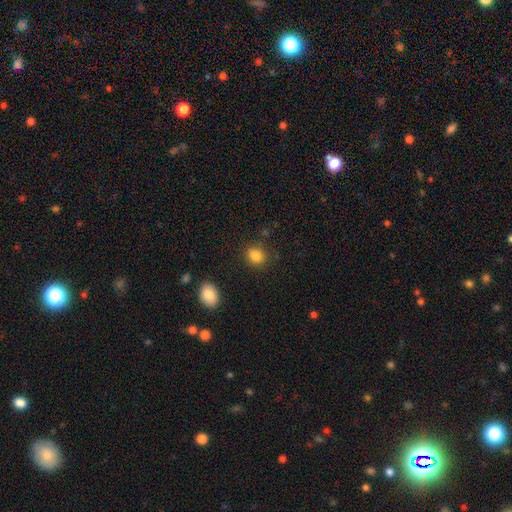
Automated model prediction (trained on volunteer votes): Smooth or featured: smooth — 84% (star or artifact — 11%)
How rounded: round — 61% (in between — 38%)
Merging: none — 84% (minor disturbance — 10%)